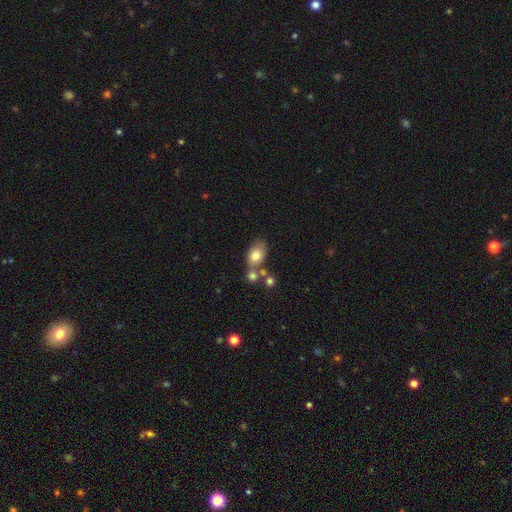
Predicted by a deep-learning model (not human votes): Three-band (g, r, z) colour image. It shows a smooth galaxy with no disk features (76%) that is in between round and cigar-shaped (77%). Merging: none (48%).